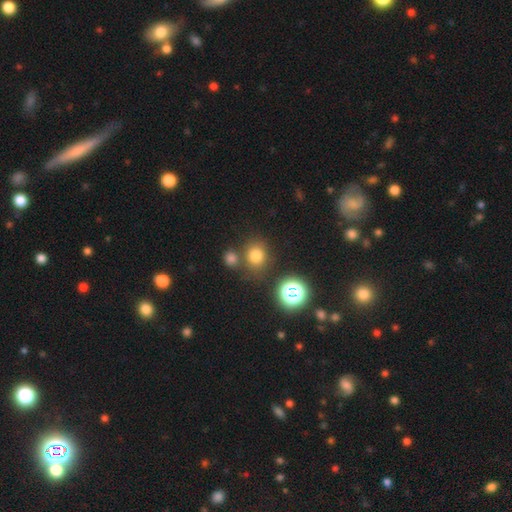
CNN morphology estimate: A smooth galaxy with no disk features (74%) that is round (80%).

Vote fractions:
- Smooth or featured? smooth: 74% / star or artifact: 20% / featured or disk: 7%
- How rounded? round: 80% / in between: 19% / cigar-shaped: 1%
- Merging? none: 71% / merger: 15% / minor disturbance: 10% / major disturbance: 4%